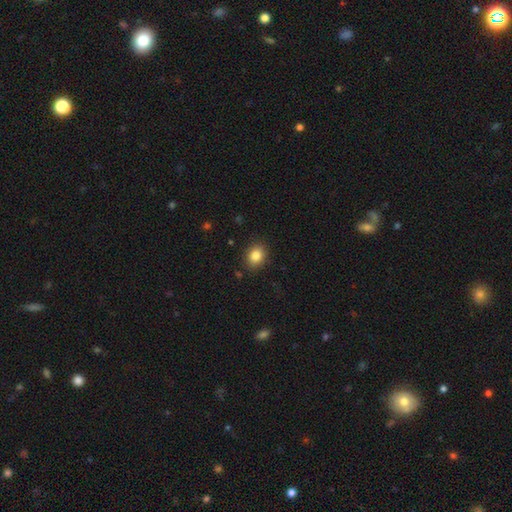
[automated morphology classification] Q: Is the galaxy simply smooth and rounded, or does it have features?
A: smooth — 84%.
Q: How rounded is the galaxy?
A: in between — 53%.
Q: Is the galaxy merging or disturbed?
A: none — 87%.